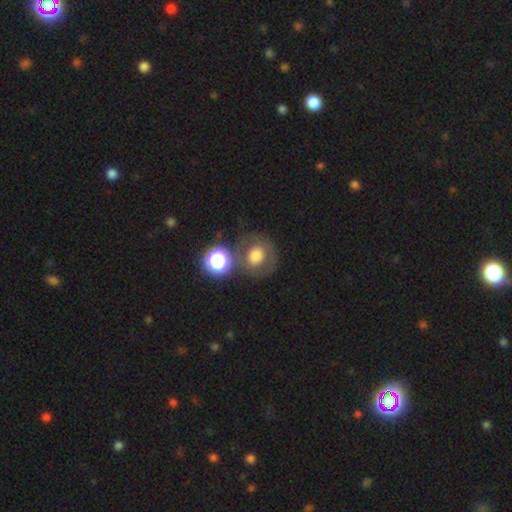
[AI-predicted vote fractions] A smooth galaxy with no disk features (62%) that is round (87%).

Vote fractions:
- Smooth or featured? smooth: 62% / featured or disk: 25% / star or artifact: 13%
- How rounded? round: 87% / in between: 12% / cigar-shaped: 1%
- Merging? none: 64% / minor disturbance: 14% / merger: 13% / major disturbance: 9%